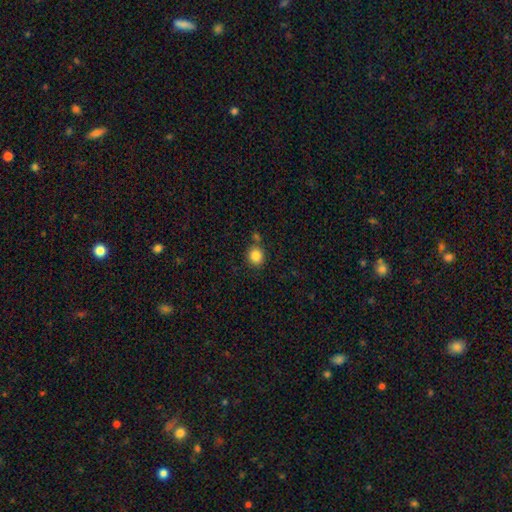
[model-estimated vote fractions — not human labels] Smooth or featured?
  - smooth: 85% *
  - star or artifact: 10%
  - featured or disk: 5%
How rounded?
  - round: 81% *
  - in between: 18%
  - cigar-shaped: 1%
Merging?
  - none: 75% *
  - minor disturbance: 11%
  - merger: 10%
  - major disturbance: 3%